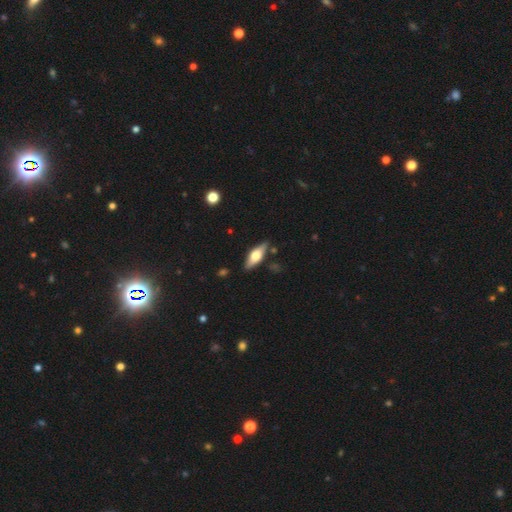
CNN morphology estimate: Smooth or featured? featured or disk (47%, tied with smooth)
Merging? none (83%)